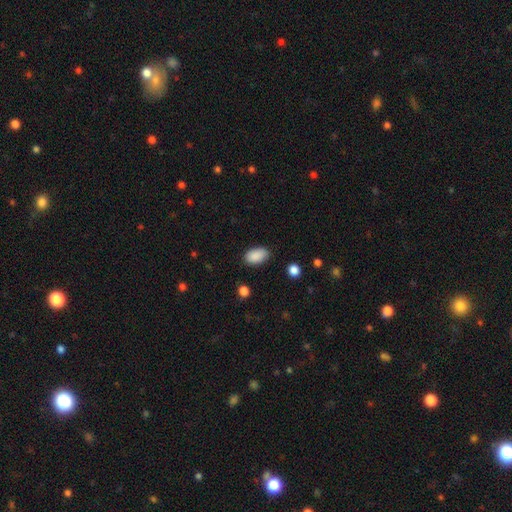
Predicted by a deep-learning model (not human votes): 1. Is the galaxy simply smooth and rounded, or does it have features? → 89% smooth, 7% star or artifact, 4% featured or disk.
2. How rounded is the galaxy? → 93% in between, 5% round, 2% cigar-shaped.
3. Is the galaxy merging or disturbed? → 82% none, 14% minor disturbance, 3% major disturbance, 1% merger.